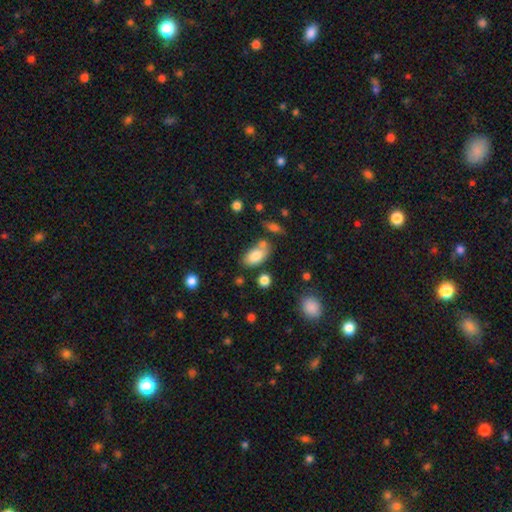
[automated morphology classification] smooth 81%, featured or disk 11%, star or artifact 8%. Down the decision tree: how rounded — in between (92%); merging — none (61%).